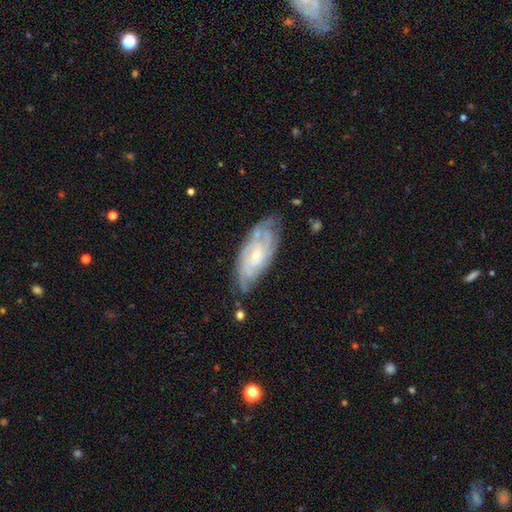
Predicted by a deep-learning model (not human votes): A featured or disk galaxy (79%) with no bar (67%), tight (66%) spiral arms (93%) and a small central bulge (66%).

Vote fractions:
- Smooth or featured? featured or disk: 79% / smooth: 15% / star or artifact: 7%
- Edge-on disk? no: 91% / yes: 9%
- Bar? no: 67% / weak: 28% / strong: 5%
- Spiral arms? yes: 93% / no: 7%
- Spiral winding? tight: 66% / medium: 28% / loose: 6%
- Spiral arm count? can't tell: 41% / 2: 19% / 3: 17% / 4: 14% / more than 4: 5% / 1: 4%
- Bulge size? small: 66% / moderate: 27% / none: 4% / large: 2% / dominant: 1%
- Merging? none: 68% / minor disturbance: 23% / major disturbance: 6% / merger: 2%